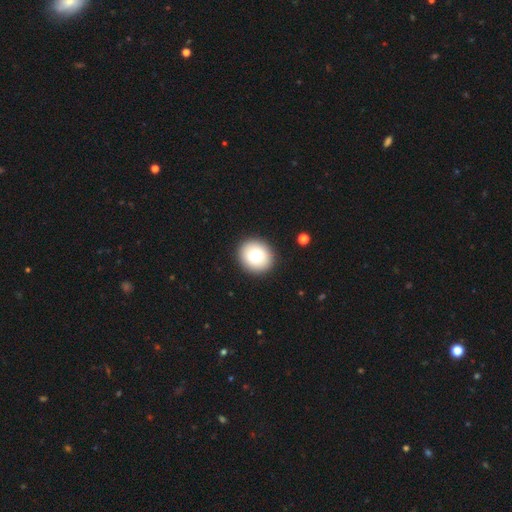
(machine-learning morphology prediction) Smooth or featured? Predicted: smooth (p=0.76). How rounded? Predicted: round (p=0.81). Merging? Predicted: none (p=0.92).